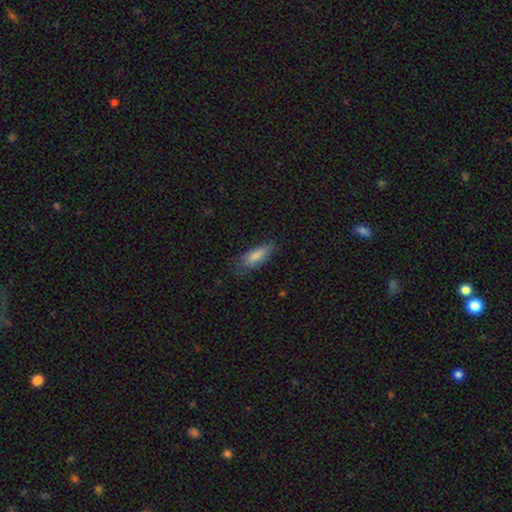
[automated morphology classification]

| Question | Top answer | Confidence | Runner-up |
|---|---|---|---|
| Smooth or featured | smooth | 80% | featured or disk (13%) |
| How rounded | in between | 67% | cigar-shaped (31%) |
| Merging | none | 63% | minor disturbance (28%) |